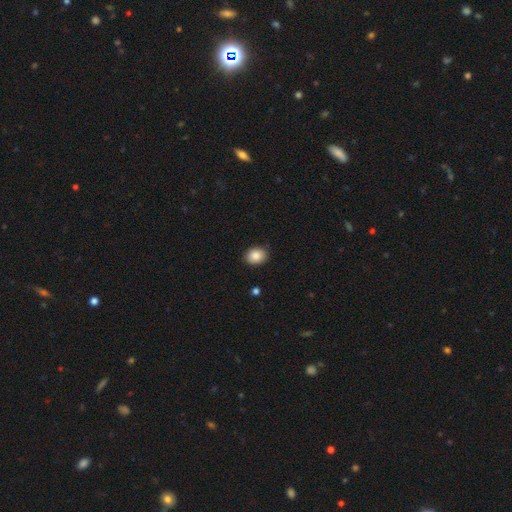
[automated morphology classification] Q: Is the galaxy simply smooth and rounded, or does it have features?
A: smooth — 87%.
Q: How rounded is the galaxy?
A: in between — 55%.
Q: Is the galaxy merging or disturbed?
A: none — 88%.